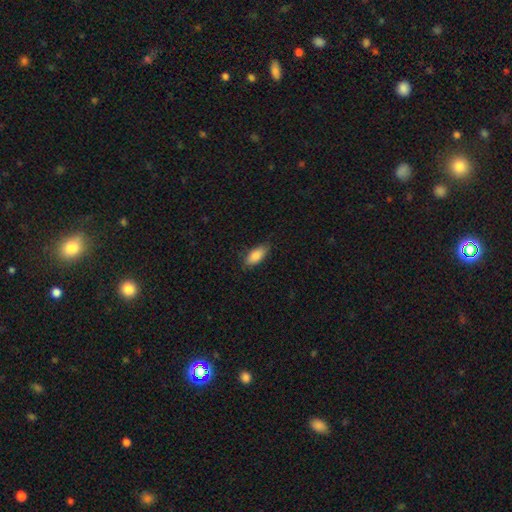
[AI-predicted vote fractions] smooth 87%, featured or disk 7%, star or artifact 6%. Down the decision tree: how rounded — in between (84%); merging — none (82%).